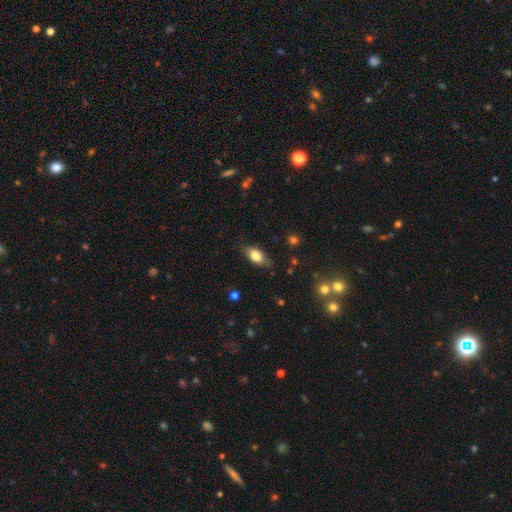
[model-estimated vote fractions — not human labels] Smooth or featured?
  - smooth: 78% *
  - featured or disk: 15%
  - star or artifact: 8%
How rounded?
  - in between: 86% *
  - cigar-shaped: 8%
  - round: 6%
Merging?
  - none: 80% *
  - minor disturbance: 16%
  - major disturbance: 3%
  - merger: 1%